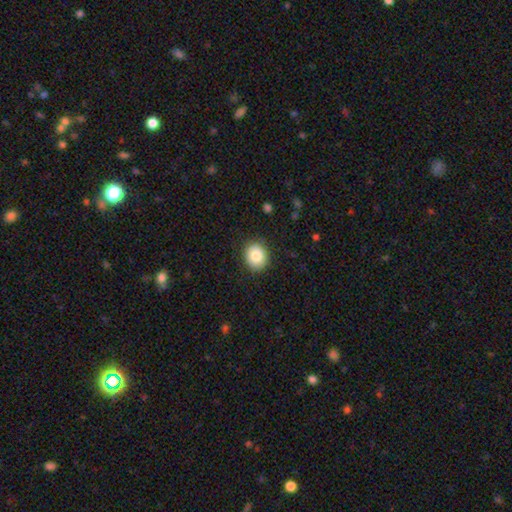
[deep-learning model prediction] A smooth galaxy with no disk features (84%) that is round (66%). Merging: none (88%).